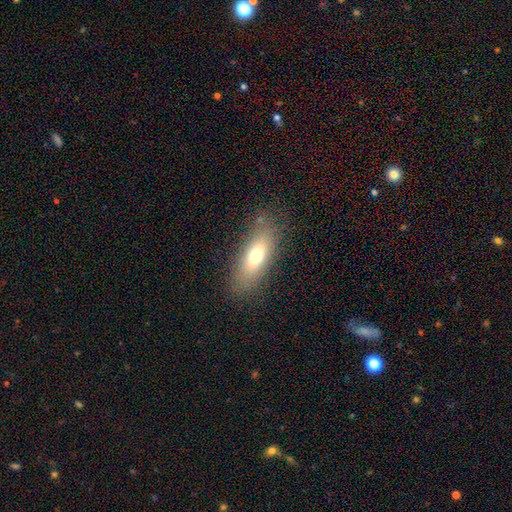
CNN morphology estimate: Smooth or featured? smooth (70%)
How rounded? in between (68%)
Merging? none (82%)